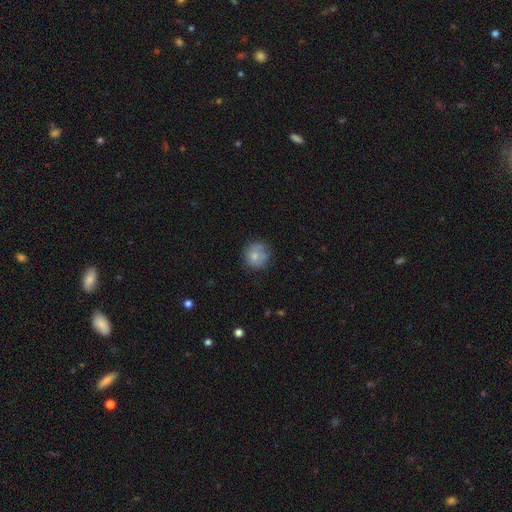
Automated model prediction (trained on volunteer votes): Q: Smooth or featured?
A: smooth (67%); runner-up: featured or disk (24%)
Q: How rounded?
A: round (84%); runner-up: in between (15%)
Q: Merging?
A: none (61%); runner-up: minor disturbance (24%)